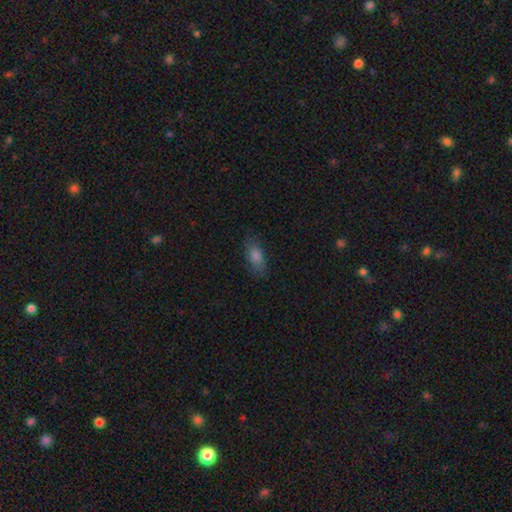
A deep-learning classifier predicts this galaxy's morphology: This is likely a smooth galaxy (77%). How rounded: likely in between (77%). Merging: clearly none (82%).